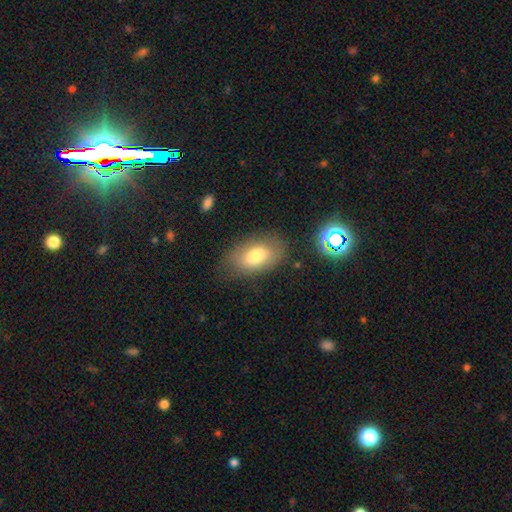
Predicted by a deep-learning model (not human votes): Smooth or featured: smooth — 75% (featured or disk — 16%)
How rounded: in between — 91% (round — 7%)
Merging: none — 74% (minor disturbance — 17%)